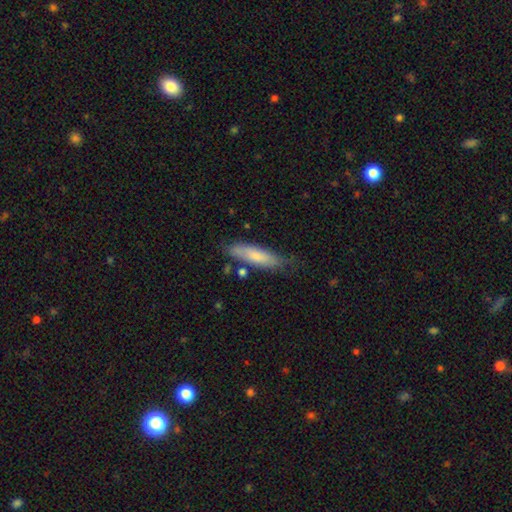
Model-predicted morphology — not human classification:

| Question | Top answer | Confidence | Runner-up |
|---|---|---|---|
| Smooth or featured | smooth | 74% | featured or disk (20%) |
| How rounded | cigar-shaped | 62% | in between (36%) |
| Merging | none | 68% | minor disturbance (22%) |